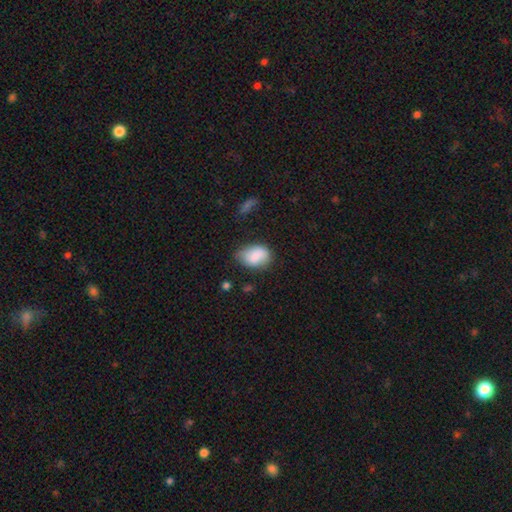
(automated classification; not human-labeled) This appears to be a smooth galaxy with no disk features (80%) that is in between round and cigar-shaped (77%). Merging: none (56%).